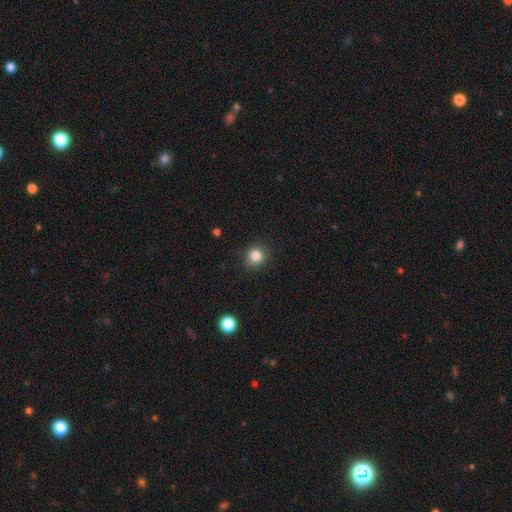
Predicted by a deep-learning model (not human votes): This appears to be a smooth galaxy with no disk features (84%) that is round (86%). Merging: none (87%).